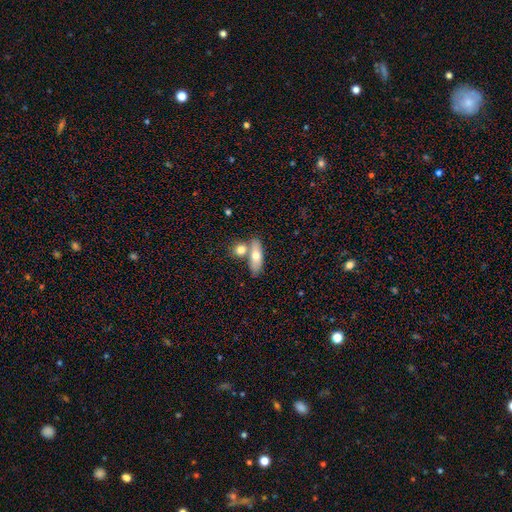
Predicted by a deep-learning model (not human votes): Morphology: type=smooth (69%); roundness=in between (68%); merging=none (52%).